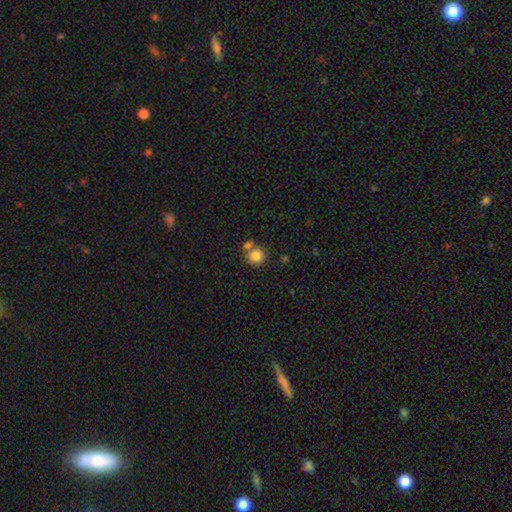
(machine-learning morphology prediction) A smooth galaxy with no disk features (82%) that is round (89%).

Vote fractions:
- Smooth or featured? smooth: 82% / star or artifact: 10% / featured or disk: 8%
- How rounded? round: 89% / in between: 10% / cigar-shaped: 1%
- Merging? none: 60% / merger: 27% / minor disturbance: 10% / major disturbance: 3%